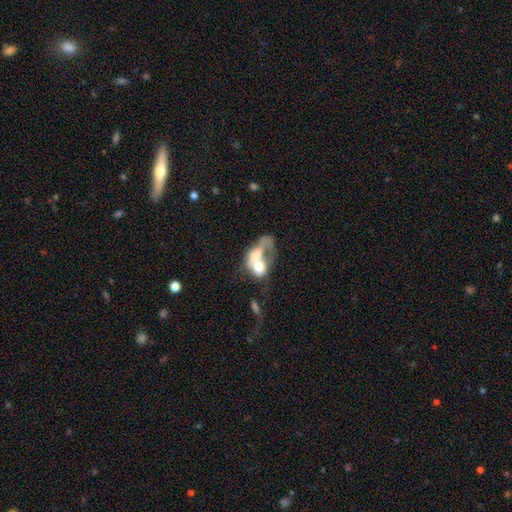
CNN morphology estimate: A smooth galaxy with no disk features (51%) that is in between round and cigar-shaped (72%).

Vote fractions:
- Smooth or featured? smooth: 51% / featured or disk: 39% / star or artifact: 10%
- How rounded? in between: 72% / round: 25% / cigar-shaped: 3%
- Merging? merger: 66% / major disturbance: 20% / none: 9% / minor disturbance: 5%